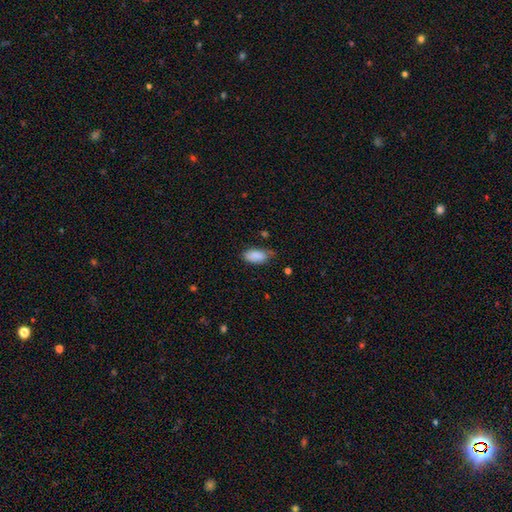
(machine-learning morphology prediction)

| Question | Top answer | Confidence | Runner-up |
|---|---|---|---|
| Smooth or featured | smooth | 88% | star or artifact (7%) |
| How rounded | in between | 93% | cigar-shaped (5%) |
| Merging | none | 62% | minor disturbance (30%) |